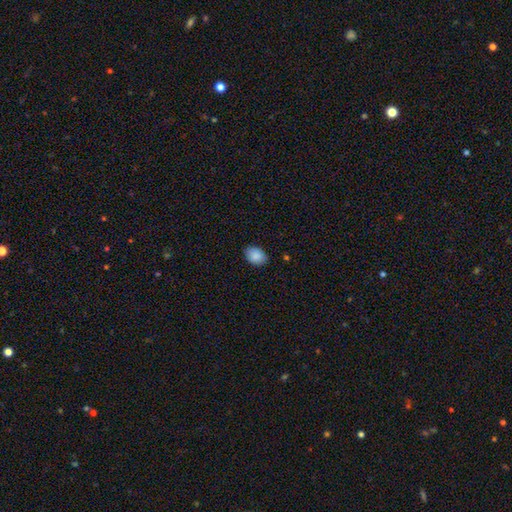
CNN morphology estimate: A smooth galaxy with no disk features (89%) that is in between round and cigar-shaped (77%).

Vote fractions:
- Smooth or featured? smooth: 89% / star or artifact: 7% / featured or disk: 4%
- How rounded? in between: 77% / round: 22% / cigar-shaped: 1%
- Merging? none: 85% / minor disturbance: 11% / major disturbance: 2% / merger: 1%